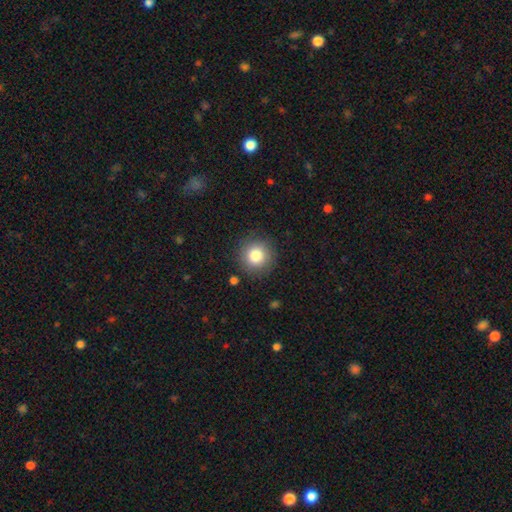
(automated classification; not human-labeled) Q: Smooth or featured?
A: smooth (82%); runner-up: star or artifact (10%)
Q: How rounded?
A: round (94%); runner-up: in between (5%)
Q: Merging?
A: none (88%); runner-up: minor disturbance (8%)